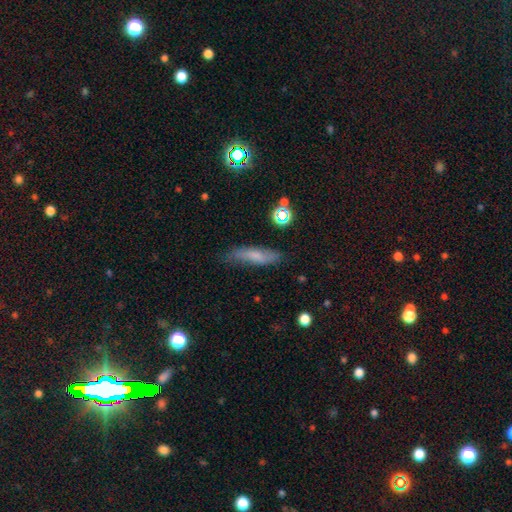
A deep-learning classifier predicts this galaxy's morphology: type=smooth (63%); roundness=cigar-shaped (70%); merging=none (73%).